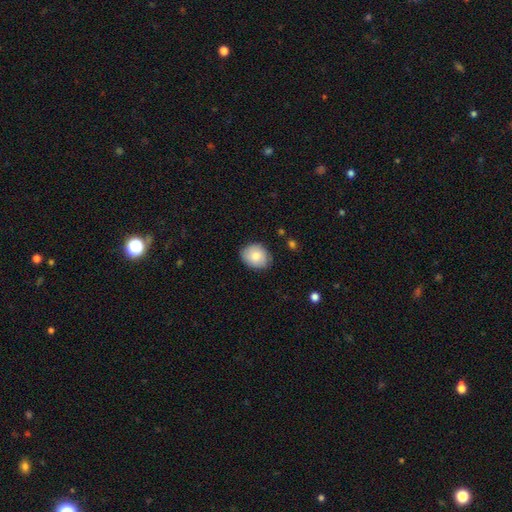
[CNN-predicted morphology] Q: Smooth or featured?
A: smooth (81%); runner-up: featured or disk (12%)
Q: How rounded?
A: round (52%); runner-up: in between (48%)
Q: Merging?
A: none (82%); runner-up: minor disturbance (15%)